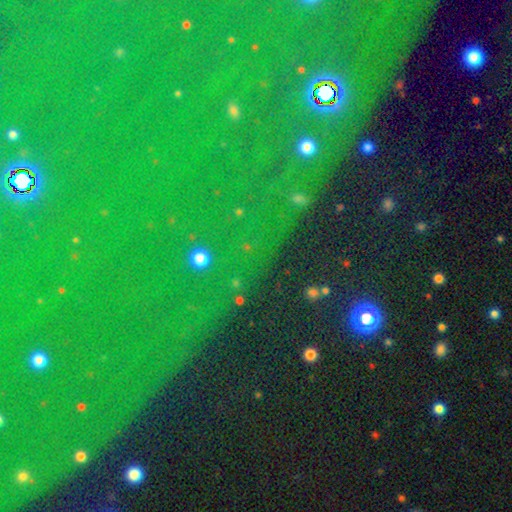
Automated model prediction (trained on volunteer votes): The model was most divided on "smooth or featured": star or artifact: 77%, smooth: 14%, featured or disk: 10%.